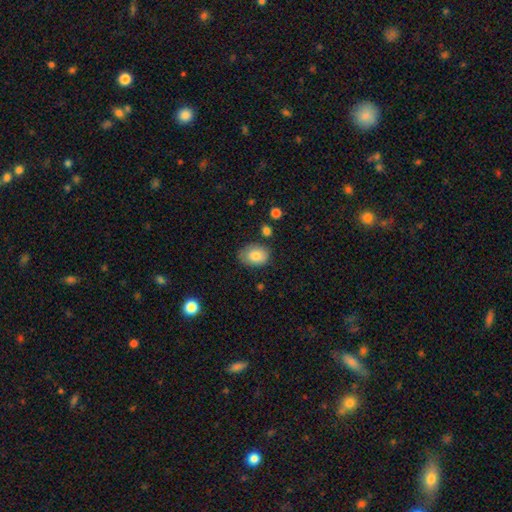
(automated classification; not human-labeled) Overall: smooth (81%). How rounded: in between (76%). Merging: none (69%).